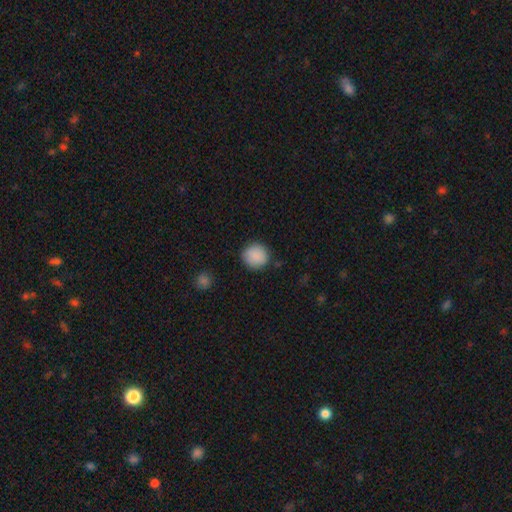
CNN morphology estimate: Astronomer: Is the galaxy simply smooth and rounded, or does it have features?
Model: smooth — 89%.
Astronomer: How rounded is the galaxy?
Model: round — 91%.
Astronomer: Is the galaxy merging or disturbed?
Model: none — 87%.